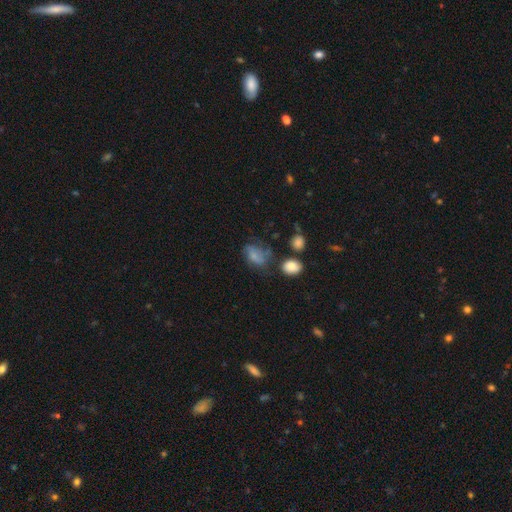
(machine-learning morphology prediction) smooth 60%, featured or disk 28%, star or artifact 12%. Down the decision tree: how rounded — in between (76%); merging — none (38%).